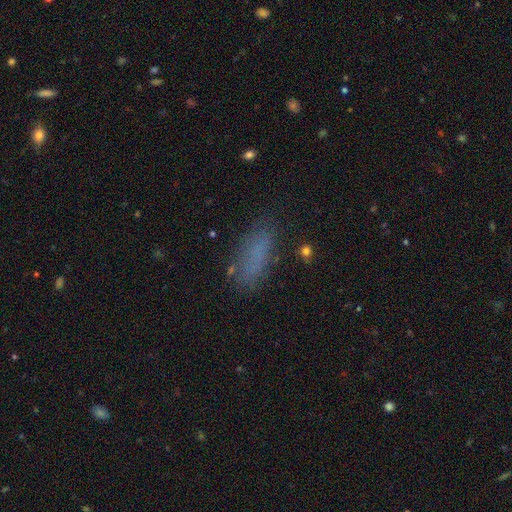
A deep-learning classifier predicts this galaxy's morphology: A smooth galaxy with no disk features (74%) that is in between round and cigar-shaped (58%). Merging: none (72%).